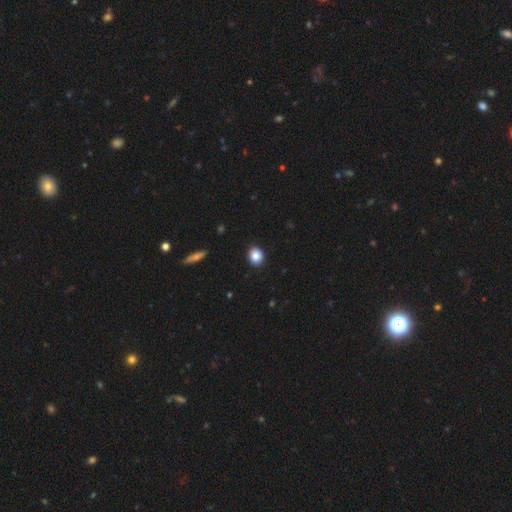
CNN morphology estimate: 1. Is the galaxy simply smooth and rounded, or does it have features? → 86% smooth, 9% star or artifact, 5% featured or disk.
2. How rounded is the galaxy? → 57% round, 42% in between, 1% cigar-shaped.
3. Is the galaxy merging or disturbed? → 91% none, 6% minor disturbance, 2% major disturbance, 1% merger.